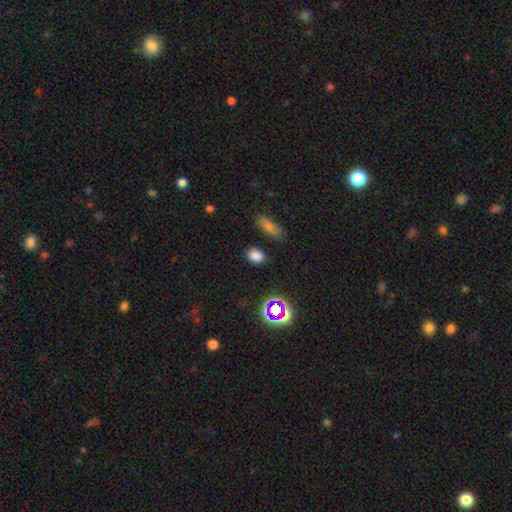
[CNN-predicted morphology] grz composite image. It shows a smooth galaxy with no disk features (78%) that is in between round and cigar-shaped (71%). Merging: none (84%).